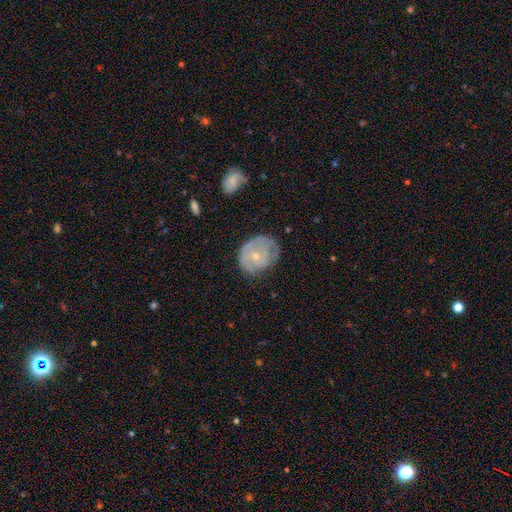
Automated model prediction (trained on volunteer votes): smooth-or-featured: featured or disk: 57% | smooth: 36% | star or artifact: 7%
  disk-edge-on: no: 96% | yes: 4%
    bar: no: 85% | weak: 13% | strong: 2%
    has-spiral-arms: yes: 61% | no: 39%
    bulge-size: small: 62% | moderate: 35% | none: 1% | large: 1% | dominant: 1%
  merging: none: 55% | minor disturbance: 30% | major disturbance: 14% | merger: 2%